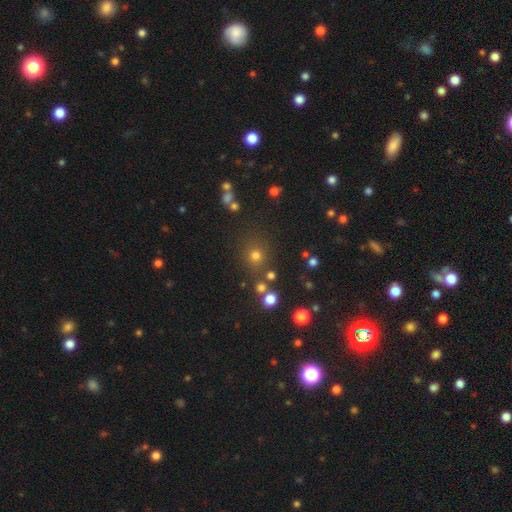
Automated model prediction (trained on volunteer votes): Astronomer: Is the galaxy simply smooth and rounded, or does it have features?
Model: smooth — 71%.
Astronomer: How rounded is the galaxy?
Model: round — 89%.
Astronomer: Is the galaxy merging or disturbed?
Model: none — 79%.